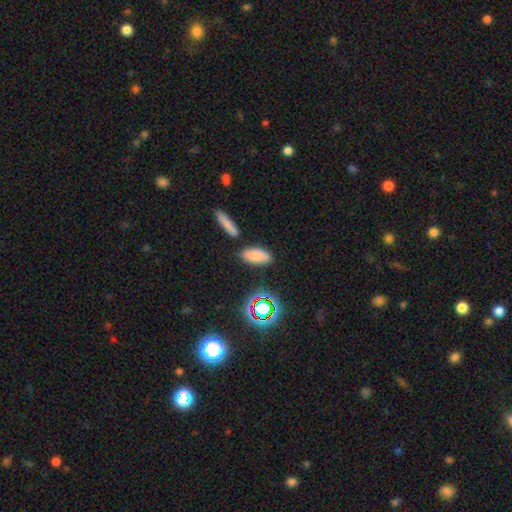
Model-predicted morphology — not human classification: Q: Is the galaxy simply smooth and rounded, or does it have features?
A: smooth — 79%.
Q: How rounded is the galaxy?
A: in between — 82%.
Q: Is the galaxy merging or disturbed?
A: none — 79%.